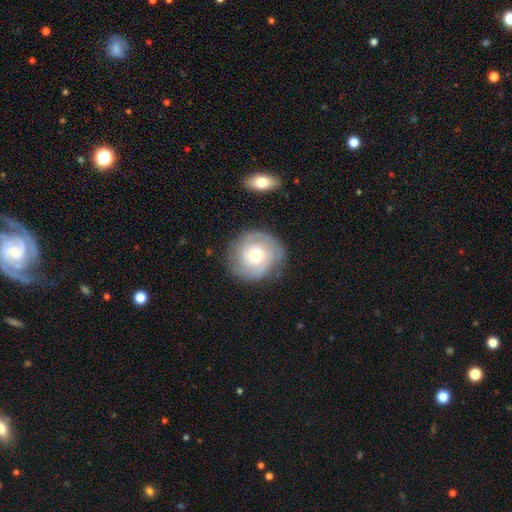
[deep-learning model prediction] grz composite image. It shows a featured or disk galaxy (63%) with no bar (78%), 2 (41%) tight (68%) spiral arms (83%) and a moderate central bulge (63%). Merging: none (77%).